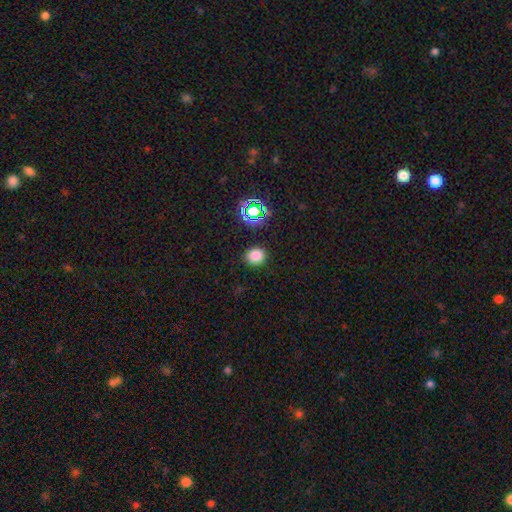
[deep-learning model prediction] A smooth galaxy with no disk features (78%) that is round (74%). Merging: none (89%).